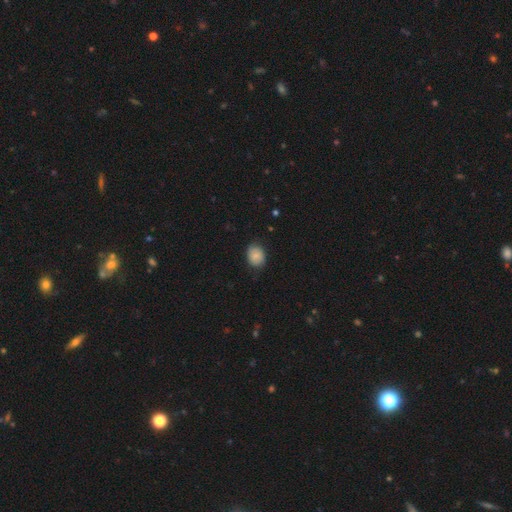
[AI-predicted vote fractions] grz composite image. It shows a smooth galaxy with no disk features (83%) that is in between round and cigar-shaped (53%). Merging: none (79%).